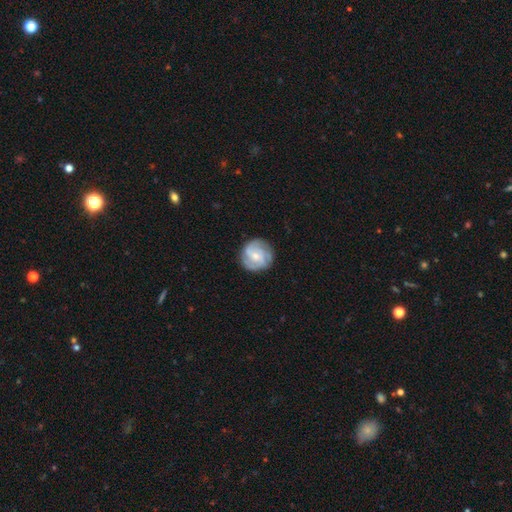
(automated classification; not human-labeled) Q: Smooth or featured?
A: featured or disk (75%); runner-up: smooth (20%)
Q: Edge-on disk?
A: no (98%); runner-up: yes (2%)
Q: Bar?
A: no (45%); tied with: weak (45%)
Q: Spiral arms?
A: yes (93%); runner-up: no (7%)
Q: Spiral winding?
A: tight (49%); runner-up: medium (39%)
Q: Spiral arm count?
A: 3 (34%); runner-up: 2 (31%)
Q: Bulge size?
A: small (52%); runner-up: moderate (40%)
Q: Merging?
A: none (79%); runner-up: minor disturbance (15%)